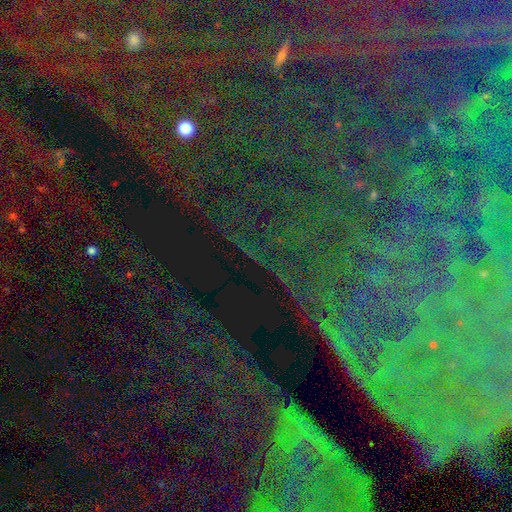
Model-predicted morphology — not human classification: Overall: star or artifact (79%).